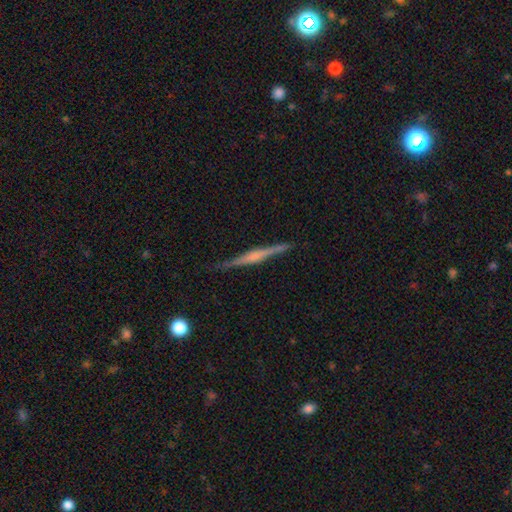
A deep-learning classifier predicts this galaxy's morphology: Overall: featured or disk (75%). Edge-on disk: yes (98%). Edge-on bulge: rounded (53%; boxy 27%). Merging: none (88%).